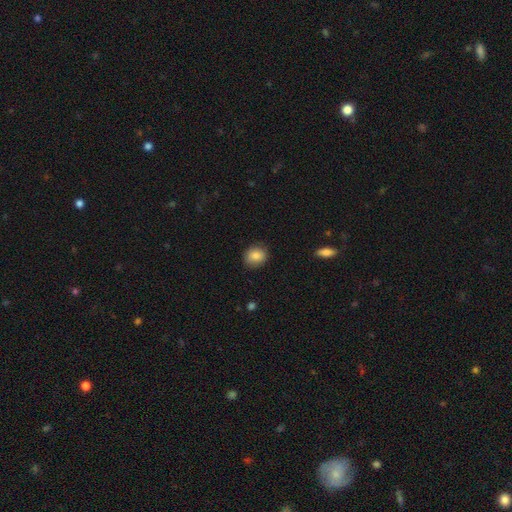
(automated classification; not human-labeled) Smooth or featured: smooth — 85% (star or artifact — 8%)
How rounded: round — 67% (in between — 32%)
Merging: none — 84% (minor disturbance — 12%)